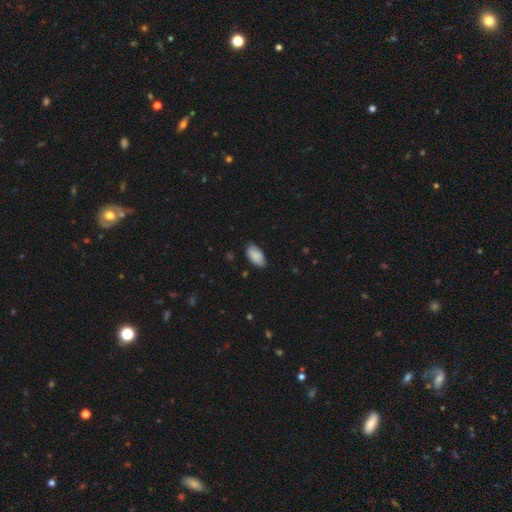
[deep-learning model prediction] Smooth or featured? smooth (87%)
How rounded? in between (95%)
Merging? none (80%)